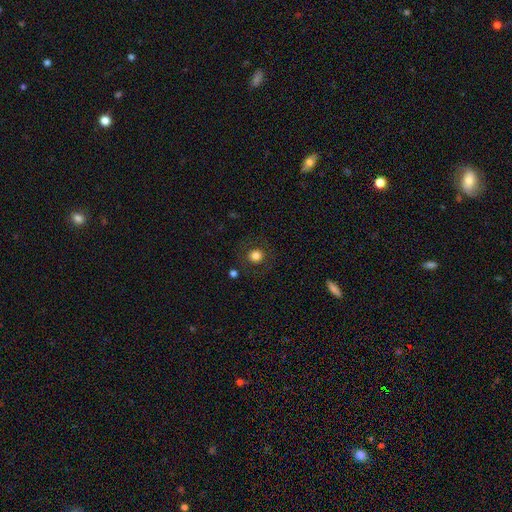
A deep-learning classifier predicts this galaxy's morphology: type=smooth (78%); roundness=round (92%); merging=none (86%).